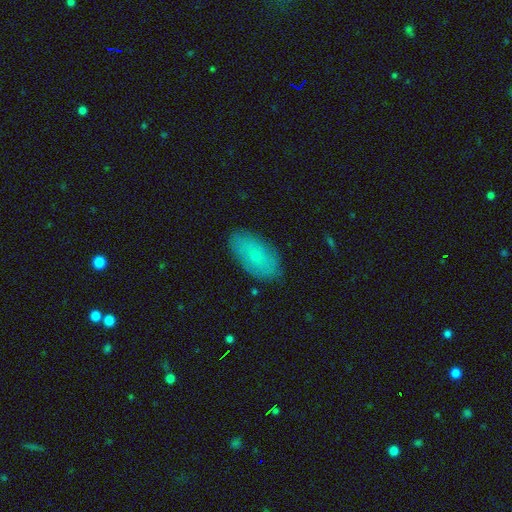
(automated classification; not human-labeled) smooth-or-featured: smooth: 67% | featured or disk: 25% | star or artifact: 8%
  how-rounded: in between: 93% | round: 4% | cigar-shaped: 3%
  merging: none: 84% | minor disturbance: 12% | major disturbance: 3% | merger: 1%